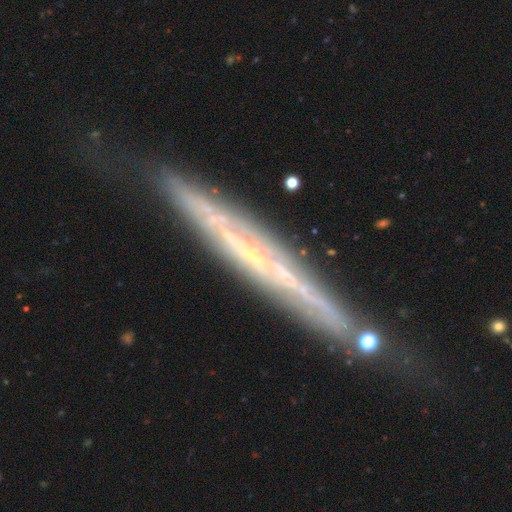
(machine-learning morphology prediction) Q: Smooth or featured?
A: featured or disk (80%); runner-up: smooth (13%)
Q: Edge-on disk?
A: yes (89%); runner-up: no (11%)
Q: Edge-on bulge?
A: none (62%); runner-up: rounded (31%)
Q: Merging?
A: none (75%); runner-up: minor disturbance (18%)